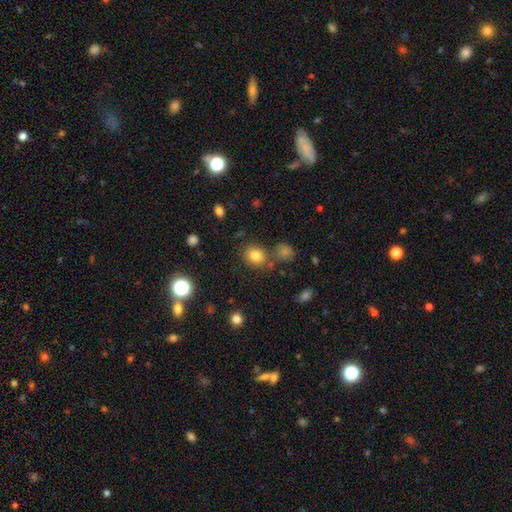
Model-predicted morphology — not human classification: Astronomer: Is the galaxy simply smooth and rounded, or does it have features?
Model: smooth — 80%.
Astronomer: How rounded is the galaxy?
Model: round — 71%.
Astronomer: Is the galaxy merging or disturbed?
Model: none — 71%.